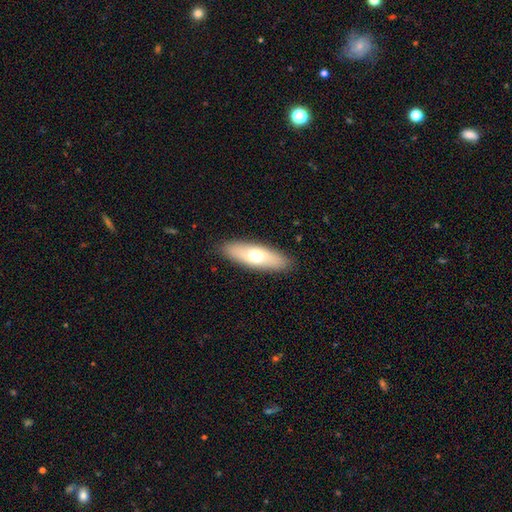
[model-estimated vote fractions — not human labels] Overall: smooth (60%; featured or disk 34%). How rounded: in between (55%; cigar-shaped 42%). Merging: none (88%).